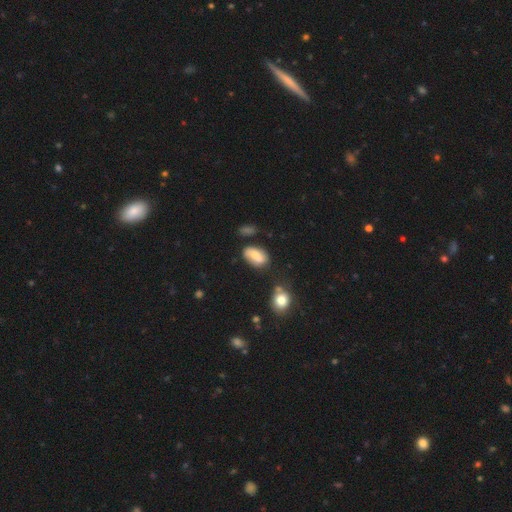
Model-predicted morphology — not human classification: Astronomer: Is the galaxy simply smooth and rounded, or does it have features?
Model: smooth — 59%.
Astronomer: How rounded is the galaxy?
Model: in between — 89%.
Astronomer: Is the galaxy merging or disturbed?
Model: none — 64%.